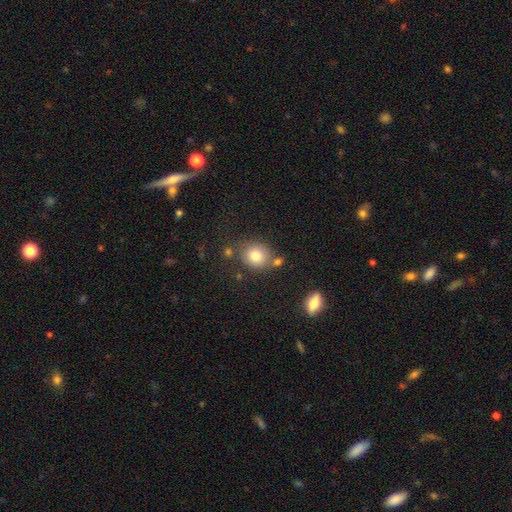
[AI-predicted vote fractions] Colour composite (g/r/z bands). It shows a smooth galaxy with no disk features (80%) that is round (77%). Merging: none (70%).